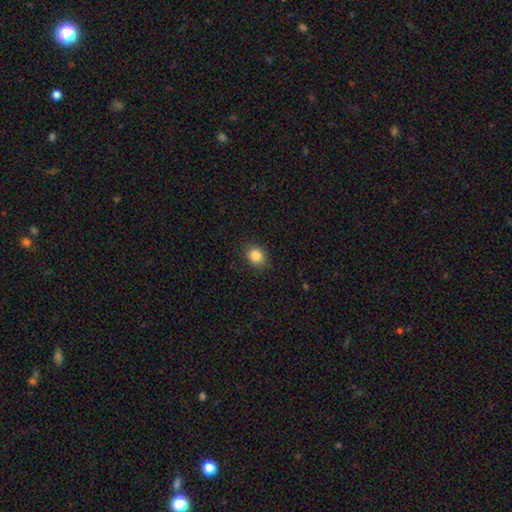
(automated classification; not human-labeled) This is clearly a smooth galaxy (85%). How rounded: likely round (63%). Merging: clearly none (88%).